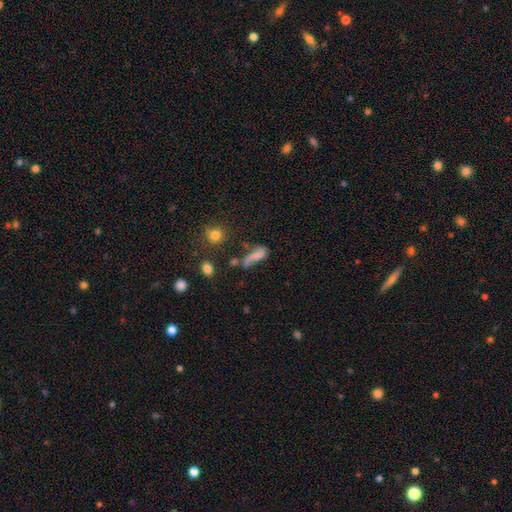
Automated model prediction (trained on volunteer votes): Q: Smooth or featured?
A: smooth (47%); runner-up: featured or disk (41%)
Q: Merging?
A: none (36%); runner-up: major disturbance (26%)